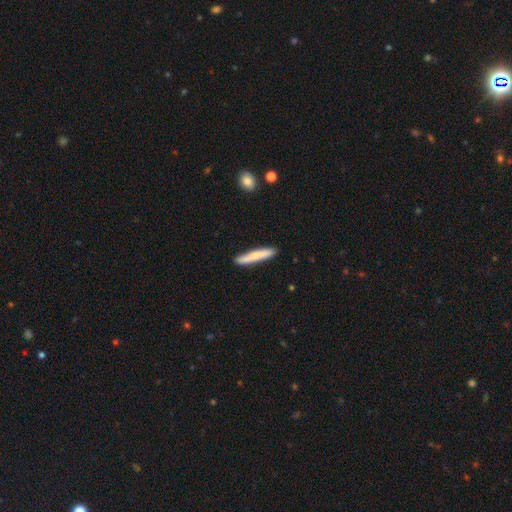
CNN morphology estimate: smooth 67%, featured or disk 28%, star or artifact 5%. Down the decision tree: how rounded — cigar-shaped (92%); merging — none (88%).